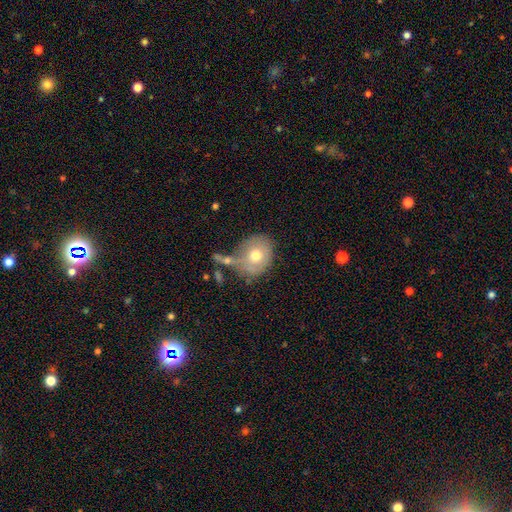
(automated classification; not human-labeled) This is likely a smooth galaxy (68%). How rounded: likely round (64%). Merging: marginally none (43%).